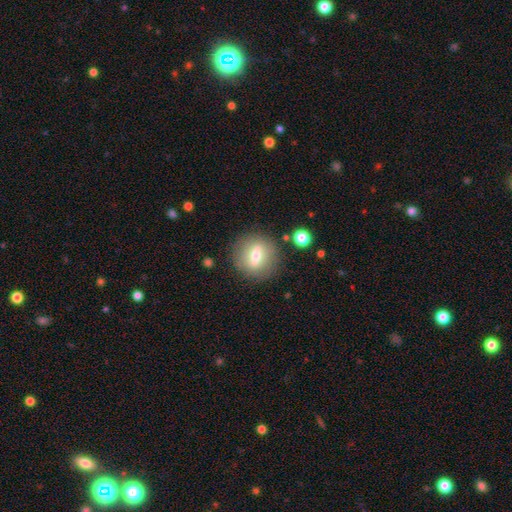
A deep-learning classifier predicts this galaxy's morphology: Smooth or featured? smooth (54%)
How rounded? round (76%)
Merging? none (86%)